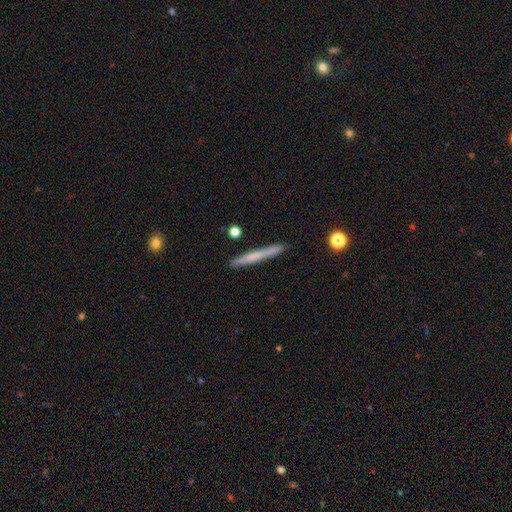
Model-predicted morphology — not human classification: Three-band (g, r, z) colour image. It shows a smooth galaxy with no disk features (59%) that is cigar-shaped (97%). Merging: none (89%).